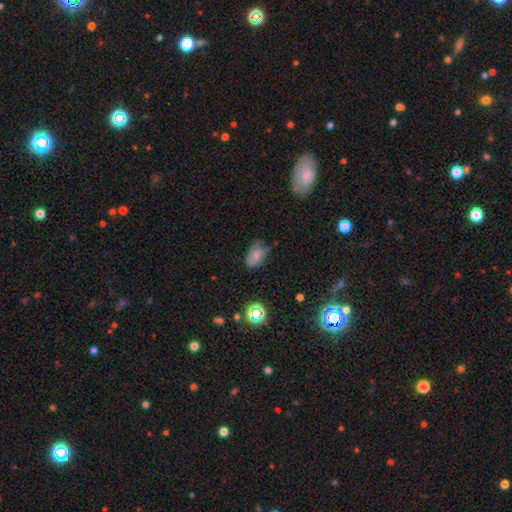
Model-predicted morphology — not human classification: Smooth or featured: smooth — 55% (featured or disk — 31%)
How rounded: in between — 87% (round — 10%)
Merging: none — 47% (minor disturbance — 33%)